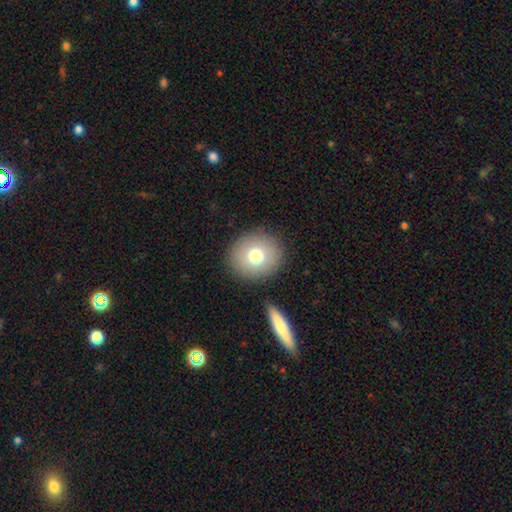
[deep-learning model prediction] smooth_or_featured: smooth (p=0.74) [alt: featured or disk p=0.15]
how_rounded: round (p=0.85) [alt: in between p=0.14]
merging: none (p=0.86) [alt: minor disturbance p=0.08]